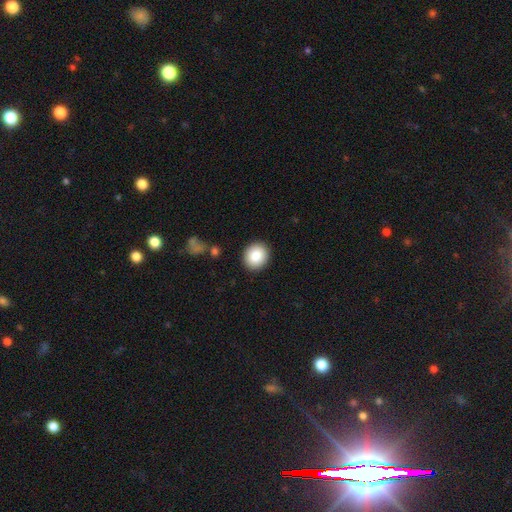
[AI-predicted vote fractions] Q: Smooth or featured?
A: smooth (85%); runner-up: star or artifact (8%)
Q: How rounded?
A: round (81%); runner-up: in between (18%)
Q: Merging?
A: none (91%); runner-up: minor disturbance (6%)